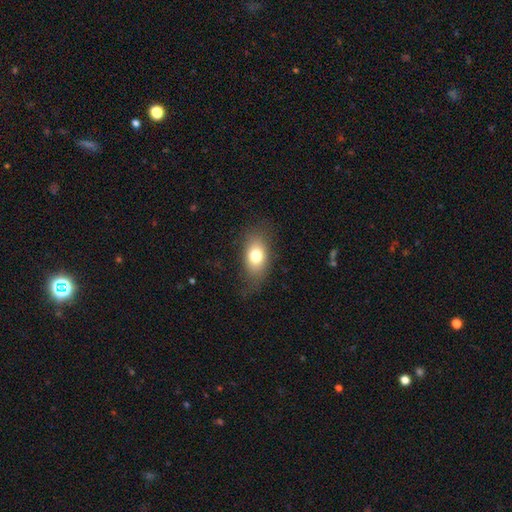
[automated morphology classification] Smooth or featured?
  - smooth: 74% *
  - featured or disk: 16%
  - star or artifact: 9%
How rounded?
  - in between: 83% *
  - round: 14%
  - cigar-shaped: 3%
Merging?
  - none: 74% *
  - minor disturbance: 18%
  - major disturbance: 7%
  - merger: 1%